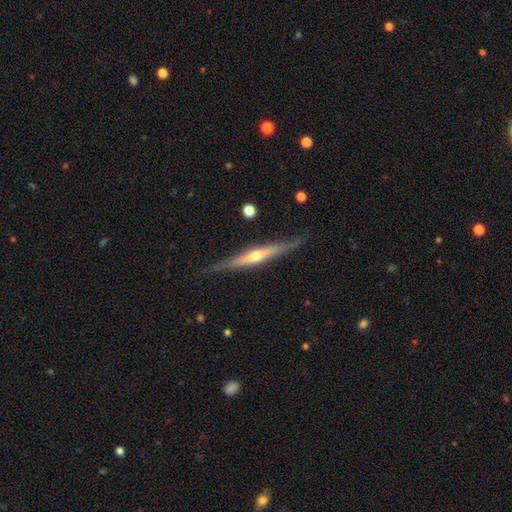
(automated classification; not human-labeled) Smooth or featured: featured or disk — 73% (smooth — 21%)
Edge-on disk: yes — 96% (no — 4%)
Edge-on bulge: rounded — 80% (none — 15%)
Merging: none — 82% (minor disturbance — 14%)